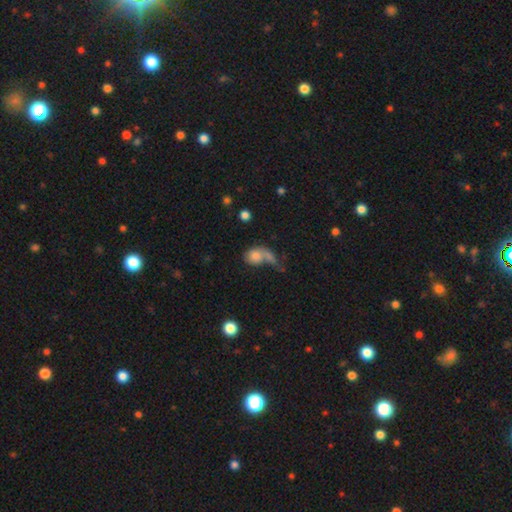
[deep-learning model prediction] Morphology: type=smooth (71%); roundness=in between (56%); merging=merger (39%).